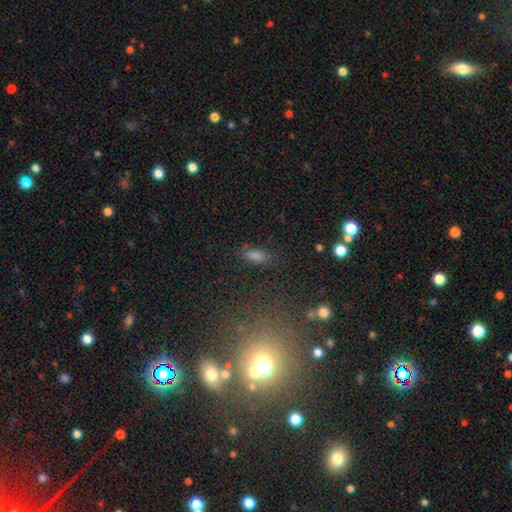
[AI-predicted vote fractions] smooth 74%, star or artifact 17%, featured or disk 8%. Down the decision tree: how rounded — in between (82%); merging — none (79%).